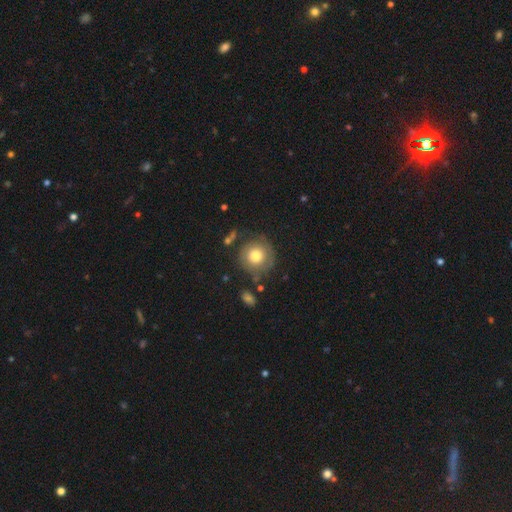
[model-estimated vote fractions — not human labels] Q: Smooth or featured?
A: smooth (64%); runner-up: featured or disk (28%)
Q: How rounded?
A: round (93%); runner-up: in between (6%)
Q: Merging?
A: none (72%); runner-up: minor disturbance (16%)